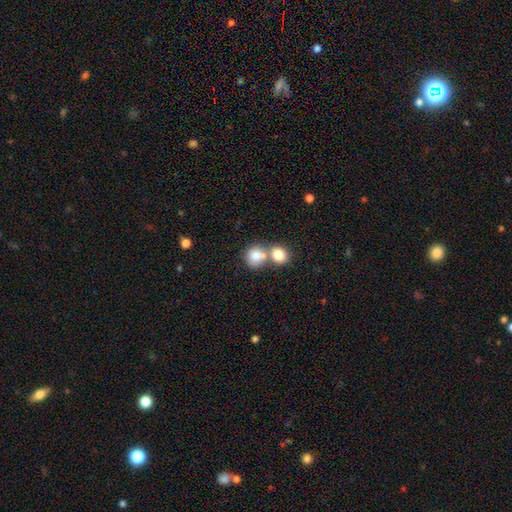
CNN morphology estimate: Overall: smooth (79%). How rounded: round (76%). Merging: merger (57%; none 33%).